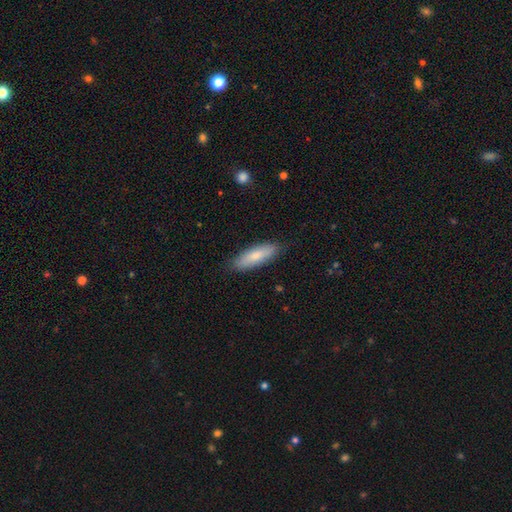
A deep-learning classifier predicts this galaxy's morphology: type=smooth (77%); roundness=cigar-shaped (51%); merging=none (85%).